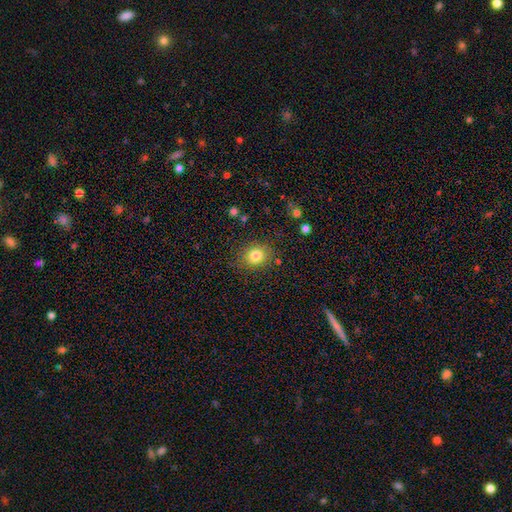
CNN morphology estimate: Q: Smooth or featured?
A: smooth (81%); runner-up: star or artifact (11%)
Q: How rounded?
A: round (67%); runner-up: in between (32%)
Q: Merging?
A: none (84%); runner-up: minor disturbance (10%)